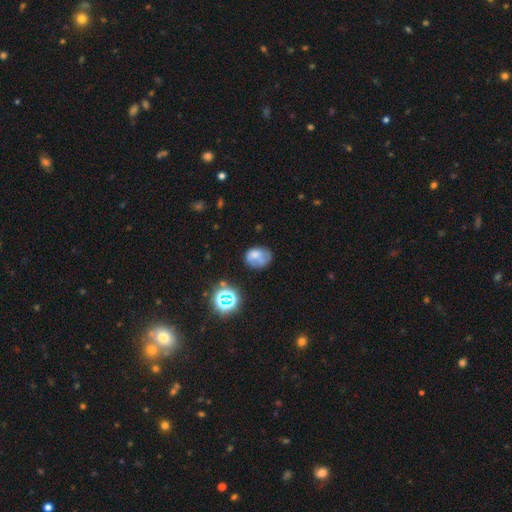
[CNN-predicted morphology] This is possibly a smooth galaxy (59%). How rounded: possibly in between (57%). Merging: possibly none (46%).